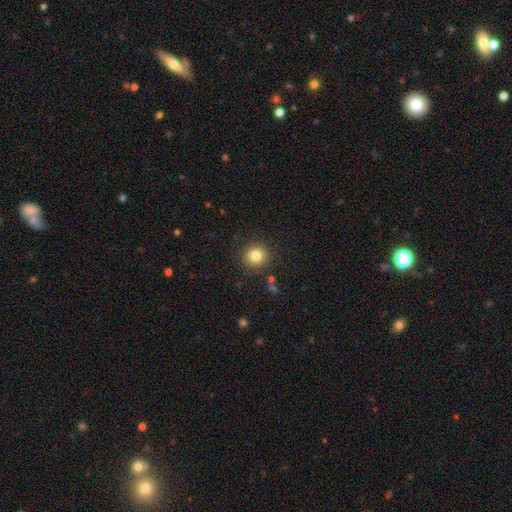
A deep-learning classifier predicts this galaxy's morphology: Smooth or featured?
  - smooth: 81% *
  - star or artifact: 12%
  - featured or disk: 7%
How rounded?
  - round: 94% *
  - in between: 5%
  - cigar-shaped: 1%
Merging?
  - none: 89% *
  - minor disturbance: 6%
  - major disturbance: 2%
  - merger: 2%